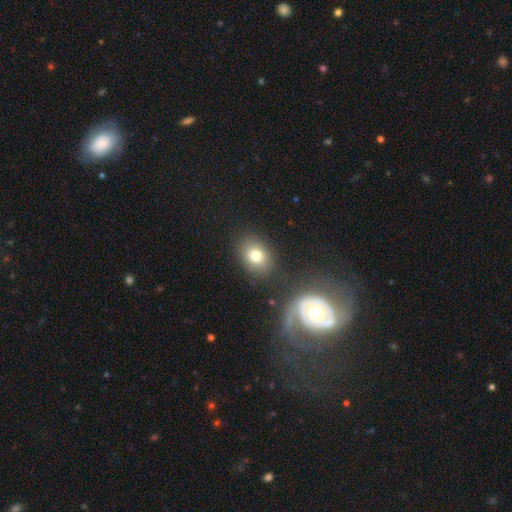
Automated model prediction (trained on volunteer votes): A smooth galaxy with no disk features (76%) that is in between round and cigar-shaped (56%). Merging: none (80%).